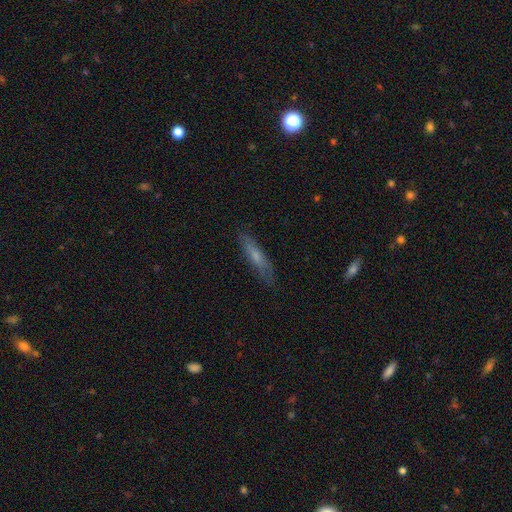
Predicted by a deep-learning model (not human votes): This is possibly a smooth galaxy (59%). How rounded: clearly cigar-shaped (83%). Merging: clearly none (80%).